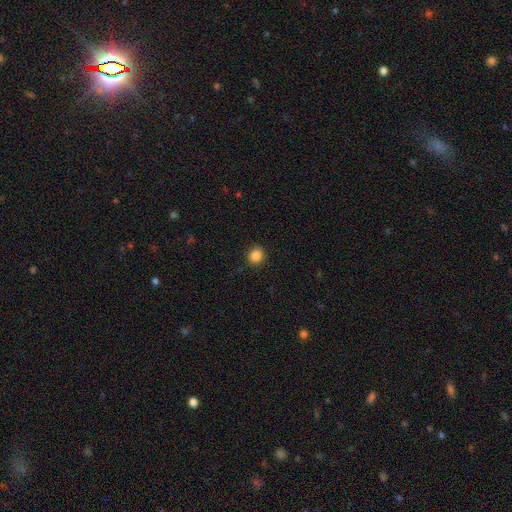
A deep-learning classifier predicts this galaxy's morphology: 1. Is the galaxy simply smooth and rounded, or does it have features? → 87% smooth, 10% star or artifact, 3% featured or disk.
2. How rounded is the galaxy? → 80% round, 19% in between, 1% cigar-shaped.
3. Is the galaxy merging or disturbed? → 88% none, 8% minor disturbance, 2% major disturbance, 1% merger.